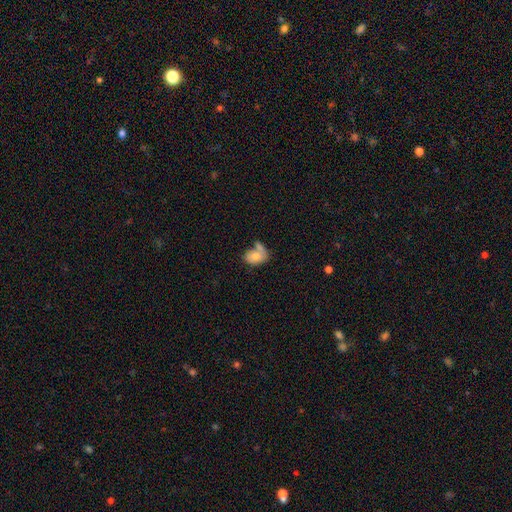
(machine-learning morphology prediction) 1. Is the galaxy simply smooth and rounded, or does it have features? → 74% smooth, 18% featured or disk, 7% star or artifact.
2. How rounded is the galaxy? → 78% in between, 21% round, 1% cigar-shaped.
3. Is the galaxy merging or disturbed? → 37% merger, 33% none, 19% minor disturbance, 11% major disturbance.